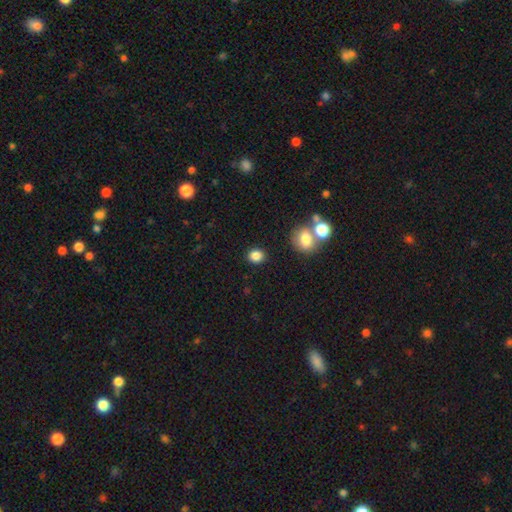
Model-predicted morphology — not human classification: This appears to be a smooth galaxy with no disk features (84%) that is round (71%). Merging: none (85%).